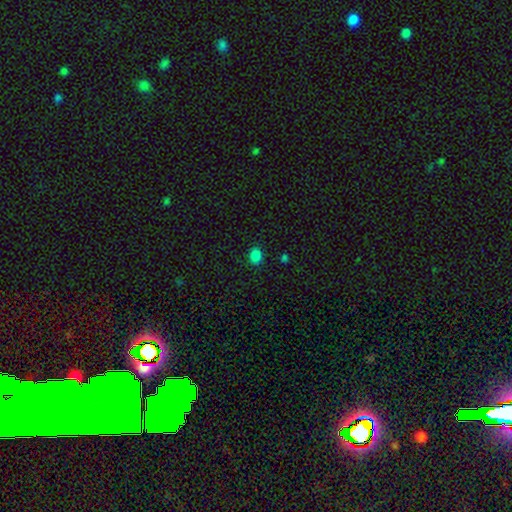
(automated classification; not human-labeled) Overall: smooth (83%). How rounded: in between (50%; round 49%). Merging: none (87%).